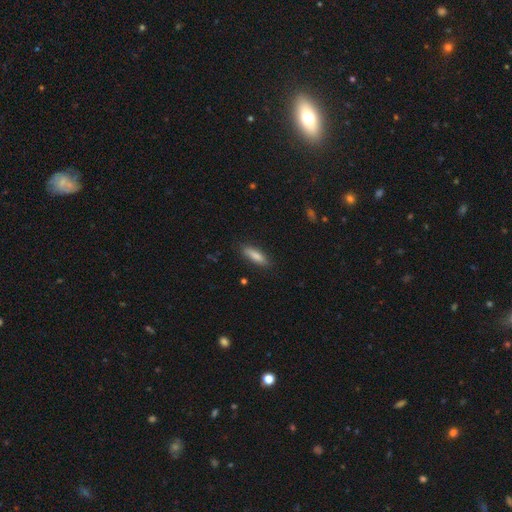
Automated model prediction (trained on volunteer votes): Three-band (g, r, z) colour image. It shows a smooth galaxy with no disk features (83%) that is cigar-shaped (57%). Merging: none (86%).